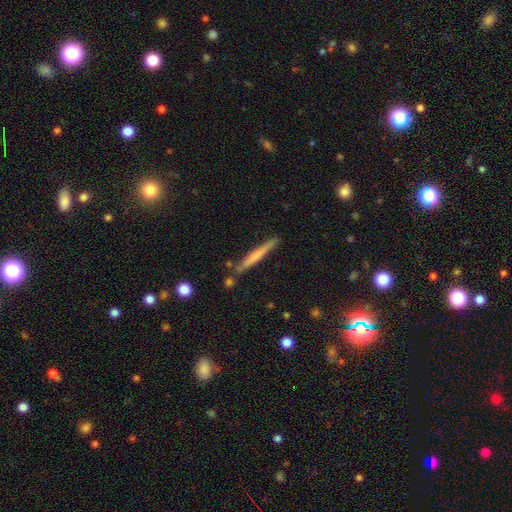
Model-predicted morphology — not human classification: The model was most divided on "smooth or featured": smooth: 53%, featured or disk: 41%, star or artifact: 6%. More confident: how rounded — cigar-shaped (96%); merging — none (81%).